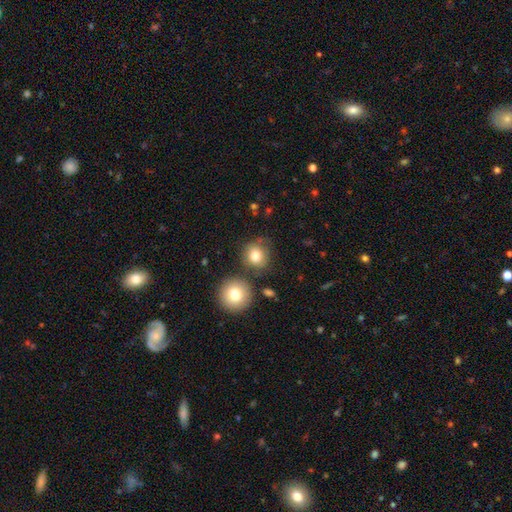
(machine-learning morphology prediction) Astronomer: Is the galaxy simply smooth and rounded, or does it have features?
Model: smooth — 79%.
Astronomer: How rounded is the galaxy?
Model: round — 84%.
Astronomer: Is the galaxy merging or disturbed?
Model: none — 70%.